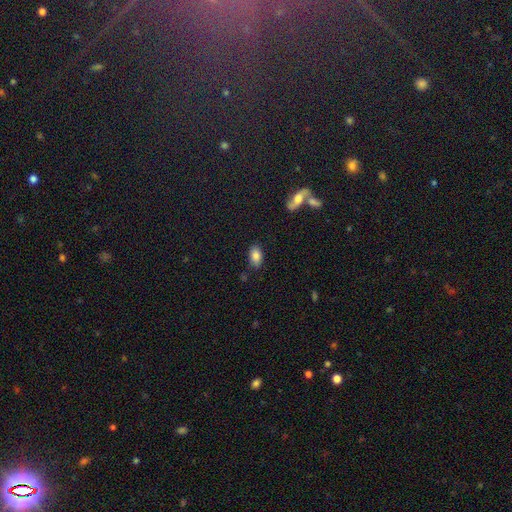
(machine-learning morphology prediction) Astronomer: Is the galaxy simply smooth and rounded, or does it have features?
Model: smooth — 84%.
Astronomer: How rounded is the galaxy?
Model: in between — 91%.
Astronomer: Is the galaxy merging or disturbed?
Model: none — 81%.